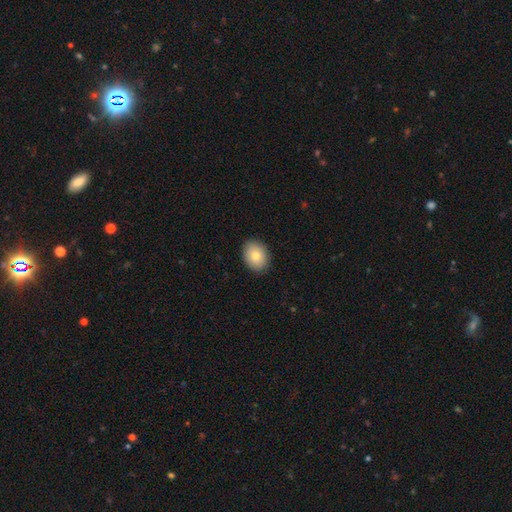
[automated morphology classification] The model was most divided on "how rounded": in between: 63%, round: 36%, cigar-shaped: 1%. More confident: merging — none (89%); smooth or featured — smooth (79%).